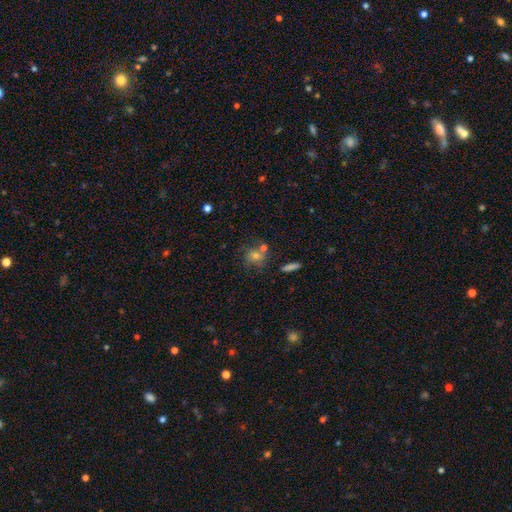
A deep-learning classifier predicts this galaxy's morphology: Smooth or featured? Predicted: smooth (p=0.47). Merging? Predicted: none (p=0.61).